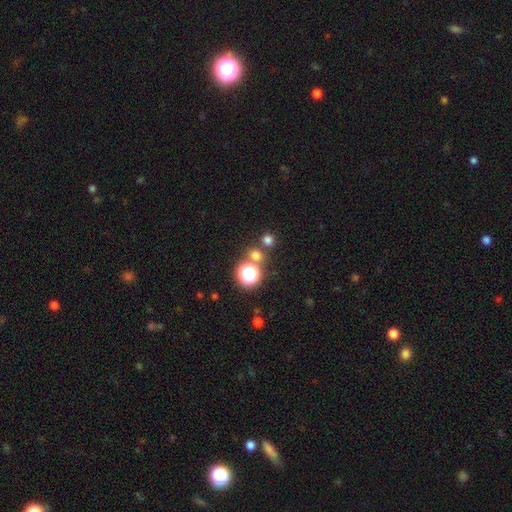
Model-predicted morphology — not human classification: type=smooth (67%); roundness=round (87%); merging=none (73%).